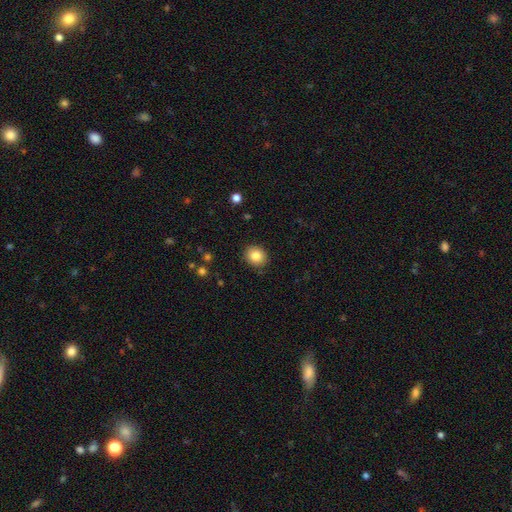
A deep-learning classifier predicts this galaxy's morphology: Smooth or featured? Predicted: smooth (p=0.84). How rounded? Predicted: round (p=0.70). Merging? Predicted: none (p=0.89).